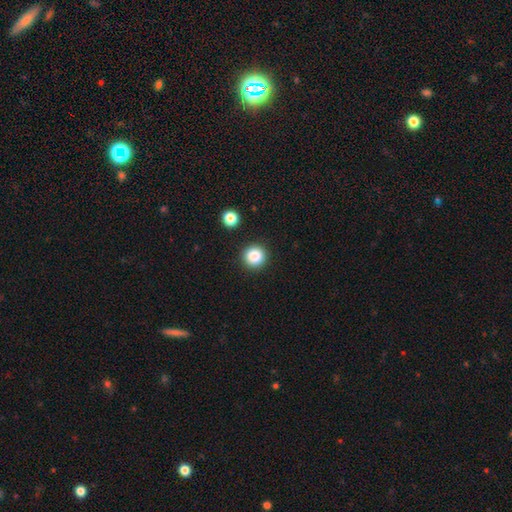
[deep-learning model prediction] Smooth or featured?
  - smooth: 85% *
  - star or artifact: 10%
  - featured or disk: 4%
How rounded?
  - round: 95% *
  - in between: 4%
  - cigar-shaped: 1%
Merging?
  - none: 90% *
  - minor disturbance: 5%
  - merger: 2%
  - major disturbance: 2%